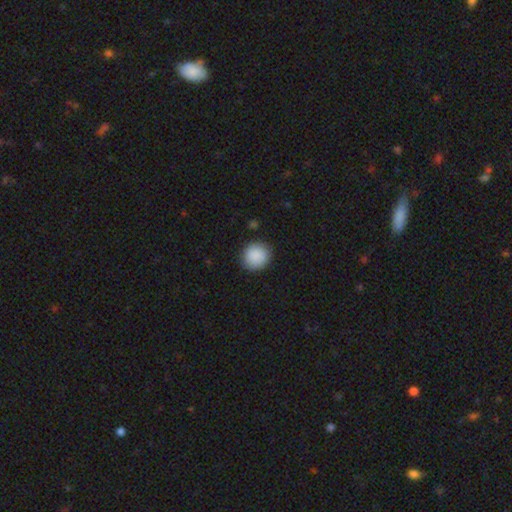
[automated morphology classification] type=smooth (89%); roundness=round (89%); merging=none (88%).